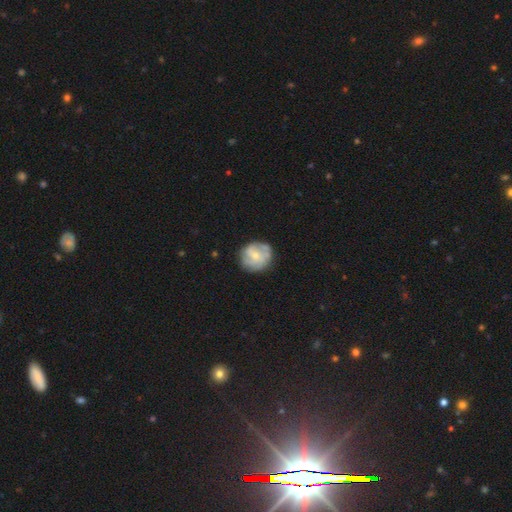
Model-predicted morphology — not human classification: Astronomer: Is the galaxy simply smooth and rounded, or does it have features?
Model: featured or disk — 63%.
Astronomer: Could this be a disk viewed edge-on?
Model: no — 98%.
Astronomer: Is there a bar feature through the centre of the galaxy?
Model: no — 64%.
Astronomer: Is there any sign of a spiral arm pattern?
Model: yes — 83%.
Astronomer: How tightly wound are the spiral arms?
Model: tight — 47% (runner-up: medium, 38%).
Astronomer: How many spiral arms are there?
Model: can't tell — 35% (runner-up: 3, 25%).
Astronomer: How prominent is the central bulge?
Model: small — 64%.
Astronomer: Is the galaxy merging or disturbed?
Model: none — 74%.